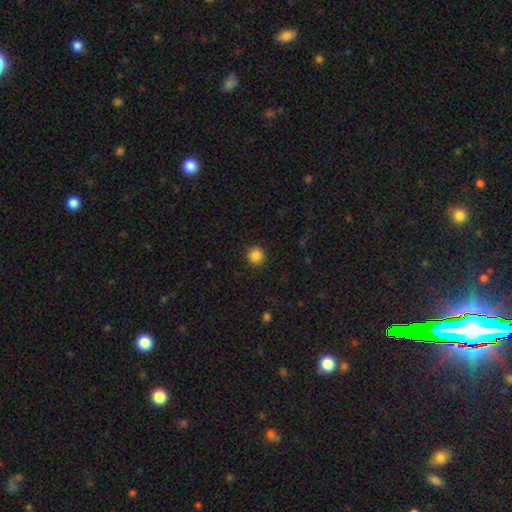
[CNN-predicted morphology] Overall: smooth (87%). How rounded: round (94%). Merging: none (91%).